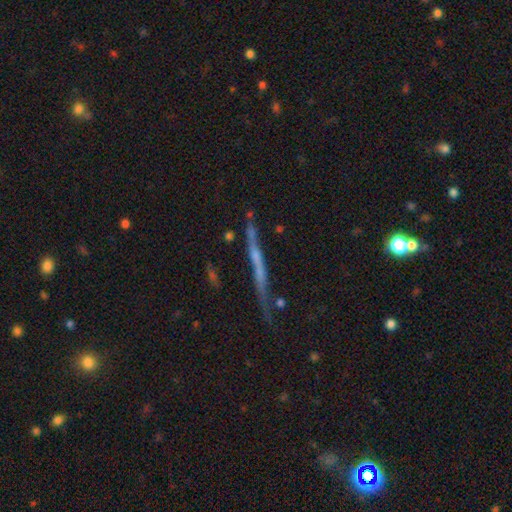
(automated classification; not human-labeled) Q: Smooth or featured?
A: featured or disk (65%); runner-up: smooth (23%)
Q: Edge-on disk?
A: yes (91%); runner-up: no (9%)
Q: Edge-on bulge?
A: none (63%); runner-up: rounded (27%)
Q: Merging?
A: none (66%); runner-up: minor disturbance (19%)